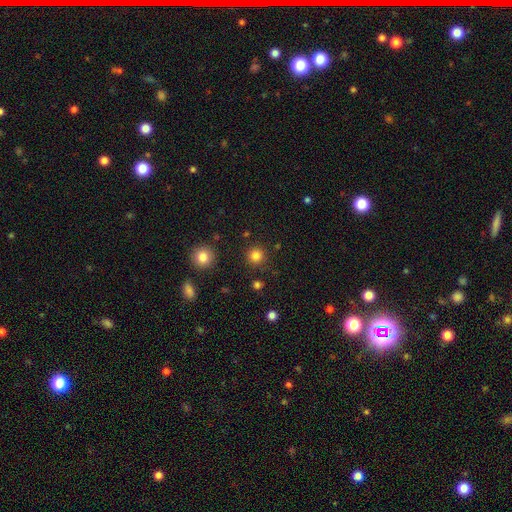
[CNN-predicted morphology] Smooth or featured: smooth — 82% (star or artifact — 13%)
How rounded: round — 95% (in between — 4%)
Merging: none — 89% (minor disturbance — 6%)